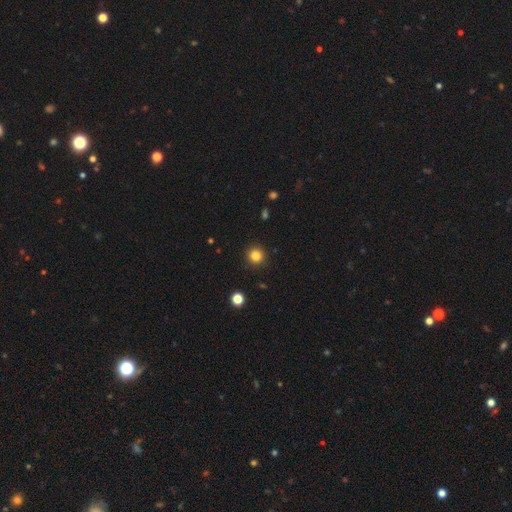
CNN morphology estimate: smooth_or_featured: smooth (p=0.83) [alt: star or artifact p=0.12]
how_rounded: round (p=0.95) [alt: in between p=0.04]
merging: none (p=0.92) [alt: minor disturbance p=0.05]